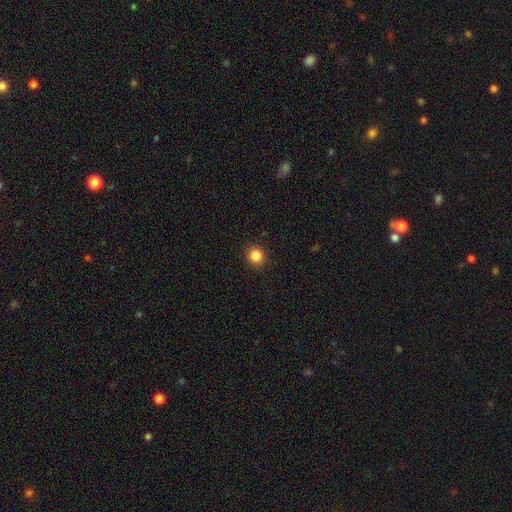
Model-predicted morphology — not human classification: Smooth or featured? smooth (86%)
How rounded? round (88%)
Merging? none (91%)